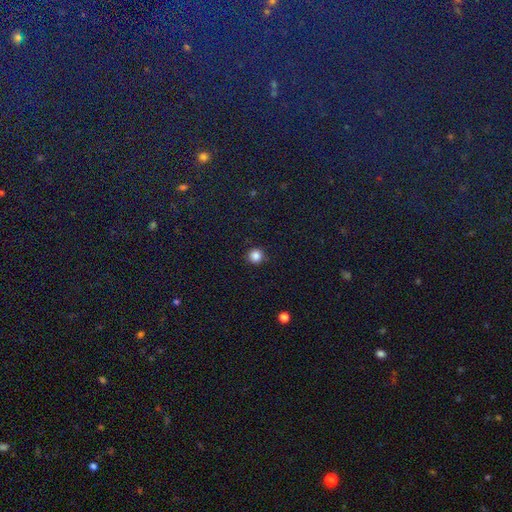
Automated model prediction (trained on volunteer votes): Smooth or featured: smooth — 85% (star or artifact — 12%)
How rounded: round — 94% (in between — 5%)
Merging: none — 91% (minor disturbance — 6%)